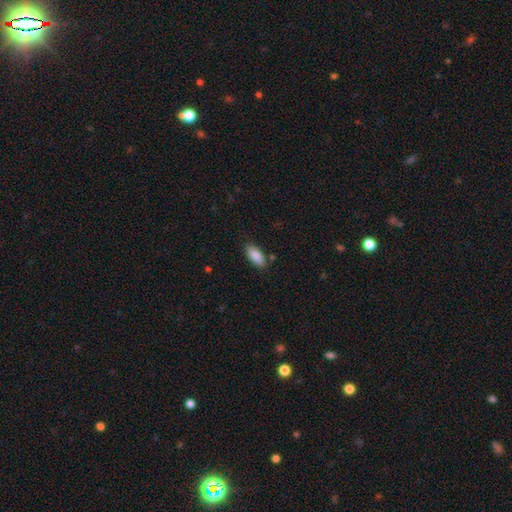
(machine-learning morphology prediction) This appears to be a smooth galaxy with no disk features (89%) that is in between round and cigar-shaped (86%). Merging: none (83%).